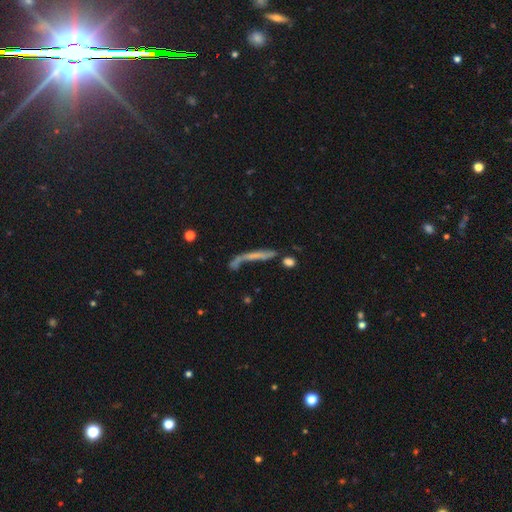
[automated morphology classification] Smooth or featured?
  - smooth: 45% *
  - featured or disk: 42%
  - star or artifact: 13%
Merging?
  - none: 34% *
  - merger: 25%
  - major disturbance: 25%
  - minor disturbance: 17%